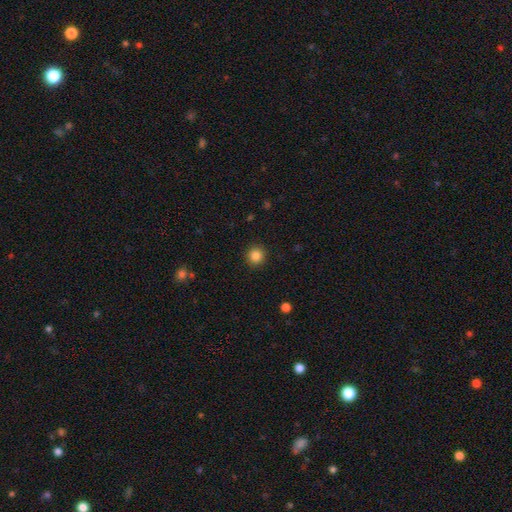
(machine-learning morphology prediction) Overall: smooth (85%). How rounded: round (92%). Merging: none (91%).